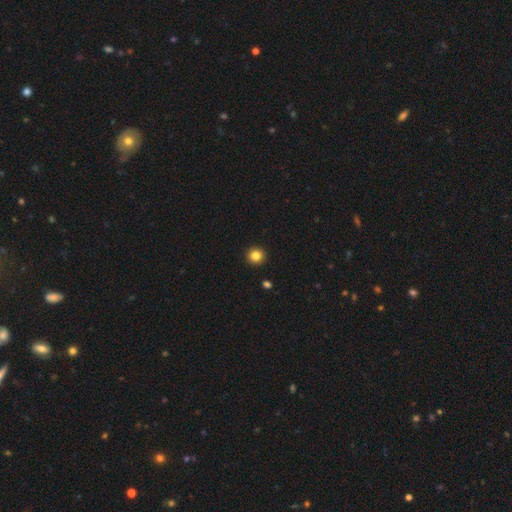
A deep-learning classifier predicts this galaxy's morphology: smooth 85%, star or artifact 11%, featured or disk 5%. Down the decision tree: how rounded — round (93%); merging — none (94%).